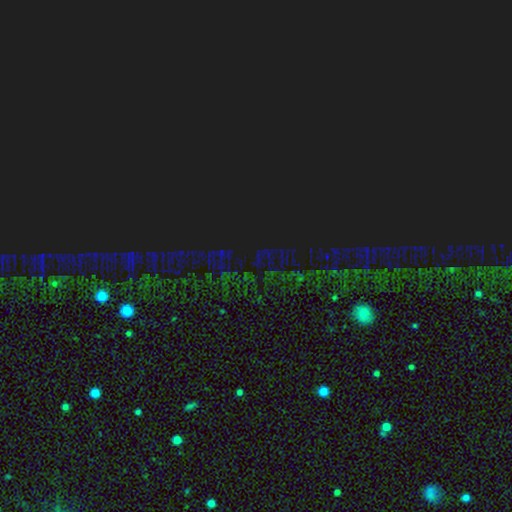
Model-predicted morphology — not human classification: Smooth or featured? Predicted: star or artifact (p=0.85).